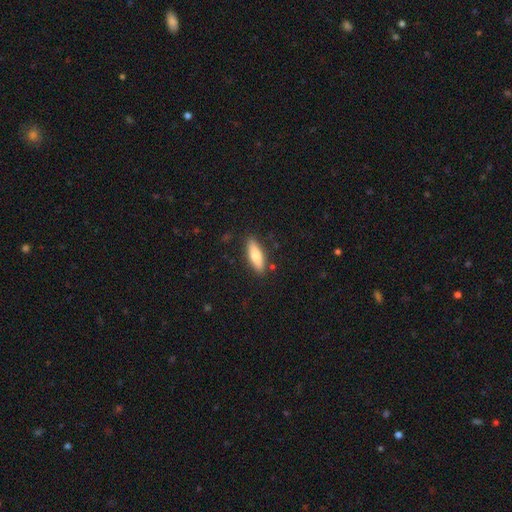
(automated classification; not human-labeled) smooth_or_featured: smooth (p=0.74) [alt: featured or disk p=0.20]
how_rounded: in between (p=0.50) [alt: cigar-shaped p=0.48]
merging: none (p=0.86) [alt: minor disturbance p=0.10]